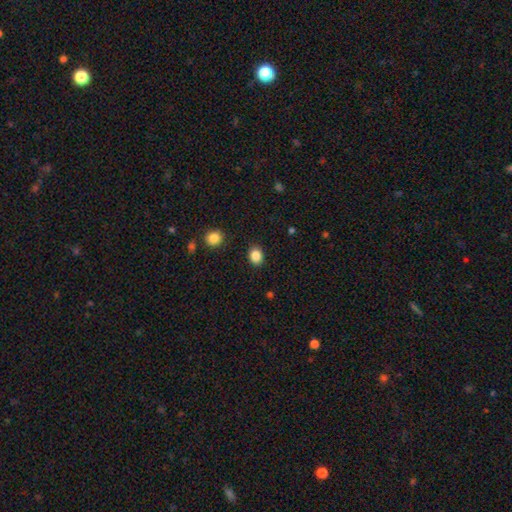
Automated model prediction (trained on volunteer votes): Smooth or featured?
  - smooth: 86% *
  - star or artifact: 10%
  - featured or disk: 4%
How rounded?
  - round: 55% *
  - in between: 44%
  - cigar-shaped: 1%
Merging?
  - none: 88% *
  - minor disturbance: 8%
  - major disturbance: 2%
  - merger: 2%